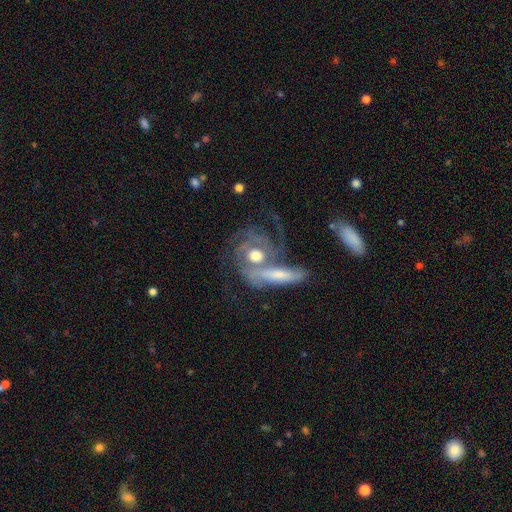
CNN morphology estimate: Smooth or featured?
  - featured or disk: 70% *
  - smooth: 23%
  - star or artifact: 7%
Edge-on disk?
  - no: 89% *
  - yes: 11%
Bar?
  - no: 72% *
  - weak: 21%
  - strong: 7%
Spiral arms?
  - yes: 81% *
  - no: 19%
Spiral winding?
  - tight: 43% *
  - medium: 39%
  - loose: 18%
Spiral arm count?
  - 2: 31% *
  - can't tell: 30%
  - 3: 18%
  - 1: 11%
  - 4: 6%
  - more than 4: 5%
Bulge size?
  - moderate: 58% *
  - large: 27%
  - small: 9%
  - none: 3%
  - dominant: 3%
Merging?
  - merger: 39% *
  - none: 34%
  - major disturbance: 14%
  - minor disturbance: 13%